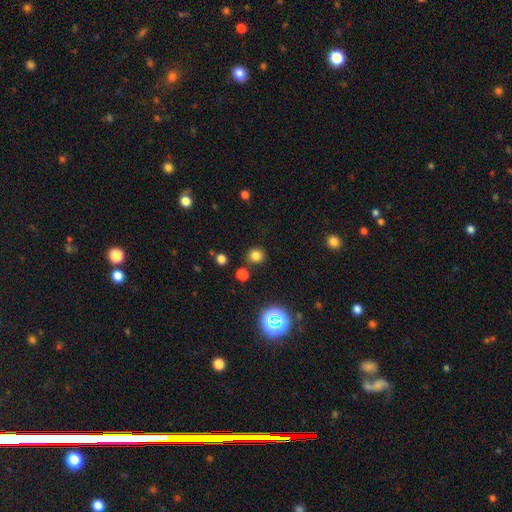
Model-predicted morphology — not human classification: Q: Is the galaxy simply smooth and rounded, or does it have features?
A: smooth — 77%.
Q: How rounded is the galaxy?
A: round — 86%.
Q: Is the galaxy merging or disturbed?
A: none — 84%.